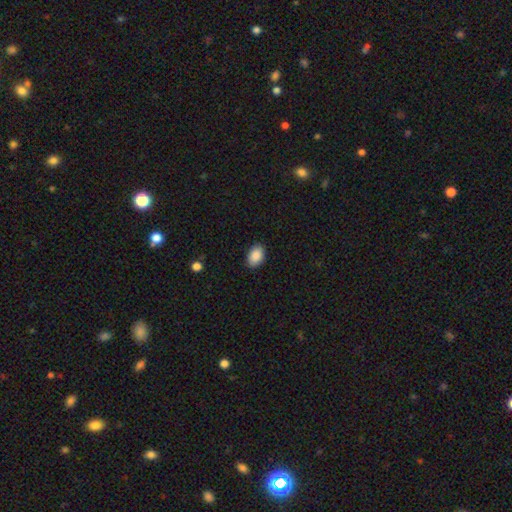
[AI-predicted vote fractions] Smooth or featured? Predicted: smooth (p=0.89). How rounded? Predicted: in between (p=0.88). Merging? Predicted: none (p=0.87).